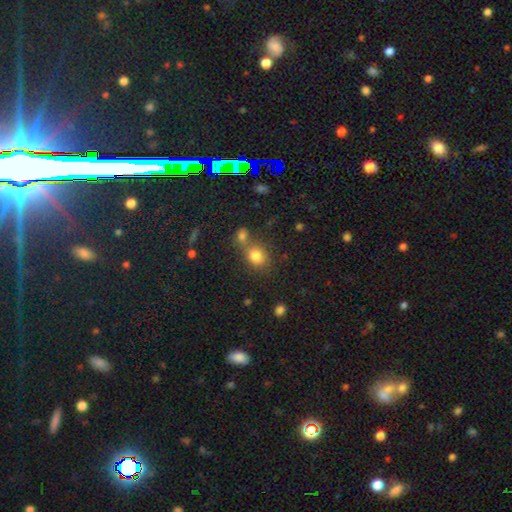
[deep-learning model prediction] Overall: smooth (80%). How rounded: round (63%; in between 36%). Merging: none (50%; merger 35%).